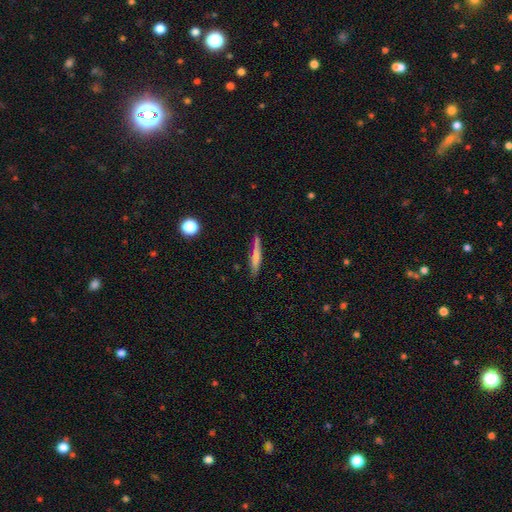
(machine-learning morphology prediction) smooth-or-featured: smooth: 65% | featured or disk: 28% | star or artifact: 8%
  how-rounded: cigar-shaped: 91% | in between: 8% | round: 2%
  merging: none: 77% | minor disturbance: 16% | major disturbance: 3% | merger: 3%